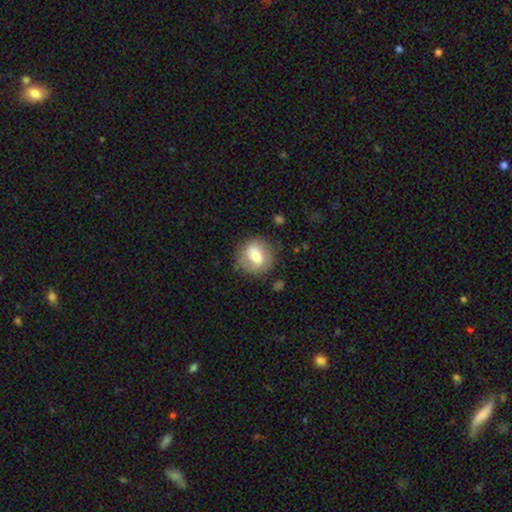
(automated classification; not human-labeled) Smooth or featured?
  - smooth: 61% *
  - featured or disk: 32%
  - star or artifact: 7%
How rounded?
  - round: 70% *
  - in between: 29%
  - cigar-shaped: 1%
Merging?
  - none: 74% *
  - minor disturbance: 17%
  - major disturbance: 7%
  - merger: 2%